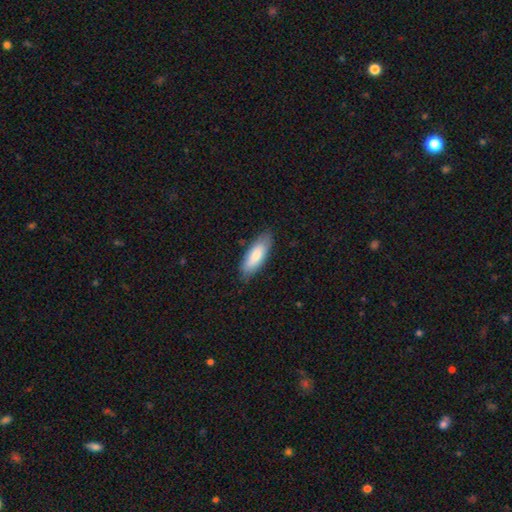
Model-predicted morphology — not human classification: The model was most divided on "how rounded": in between: 69%, cigar-shaped: 29%, round: 2%. More confident: merging — none (83%); smooth or featured — smooth (82%).